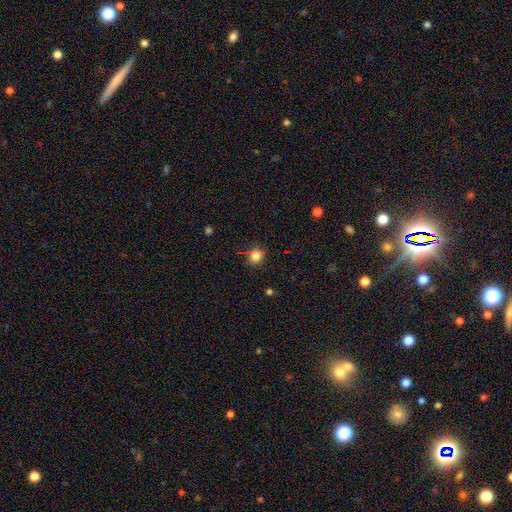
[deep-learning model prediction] smooth_or_featured: smooth (p=0.80) [alt: star or artifact p=0.15]
how_rounded: round (p=0.82) [alt: in between p=0.16]
merging: none (p=0.79) [alt: minor disturbance p=0.14]